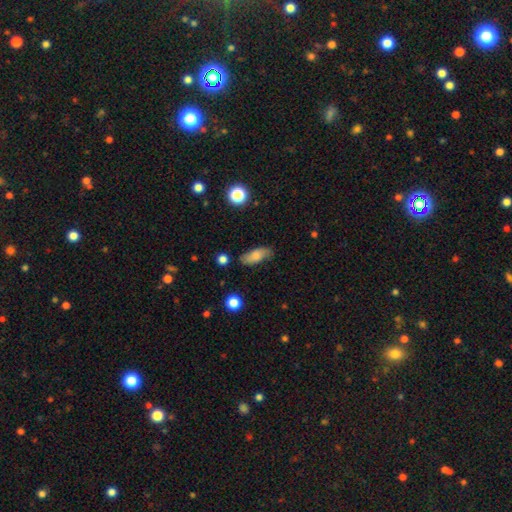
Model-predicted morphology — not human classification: Smooth or featured: smooth — 73% (featured or disk — 19%)
How rounded: in between — 79% (cigar-shaped — 17%)
Merging: none — 77% (minor disturbance — 18%)